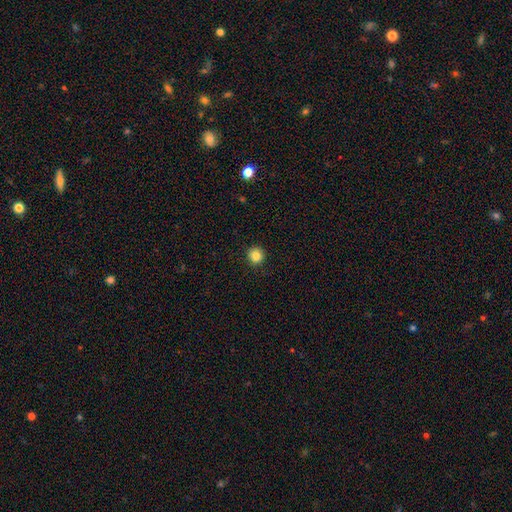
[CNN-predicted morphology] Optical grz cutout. It shows a smooth galaxy with no disk features (85%) that is round (94%). Merging: none (91%).